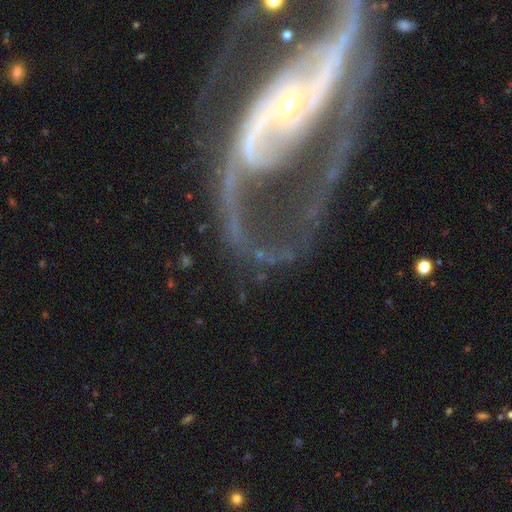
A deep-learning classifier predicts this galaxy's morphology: Smooth or featured? featured or disk (86%)
Edge-on disk? no (93%)
Bar? strong (44%)
Spiral arms? yes (82%)
Spiral winding? medium (43%)
Spiral arm count? 2 (77%)
Bulge size? small (66%)
Merging? none (53%)